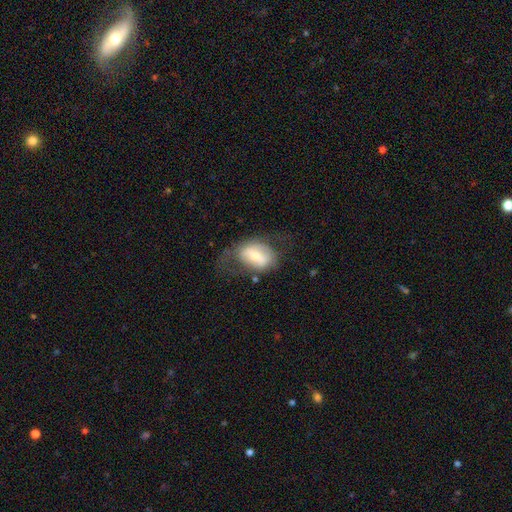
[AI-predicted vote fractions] This is possibly a smooth galaxy (47%). Merging: marginally none (40%).